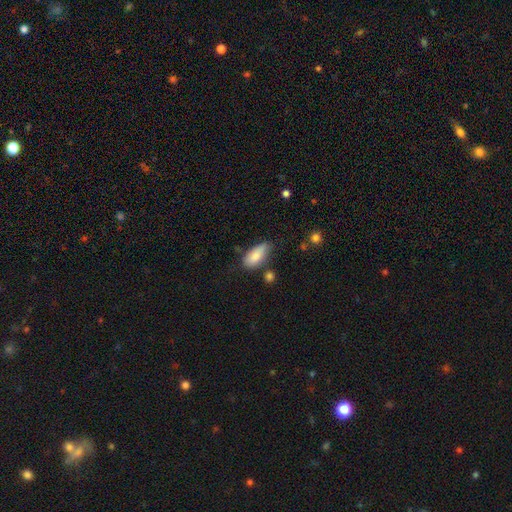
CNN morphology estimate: A smooth galaxy with no disk features (82%) that is in between round and cigar-shaped (88%). Merging: none (55%).